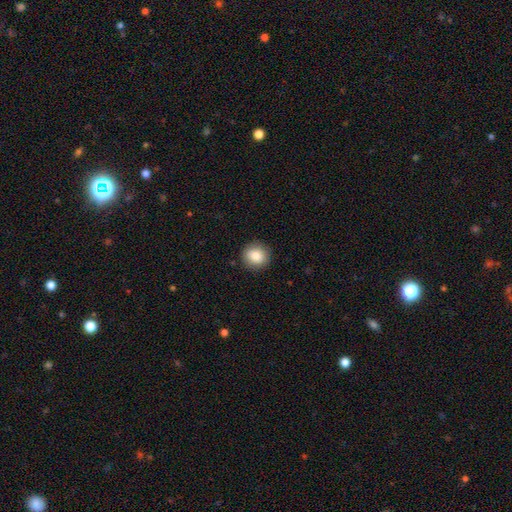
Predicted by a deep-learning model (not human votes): smooth 85%, star or artifact 9%, featured or disk 6%. Down the decision tree: how rounded — round (86%); merging — none (89%).